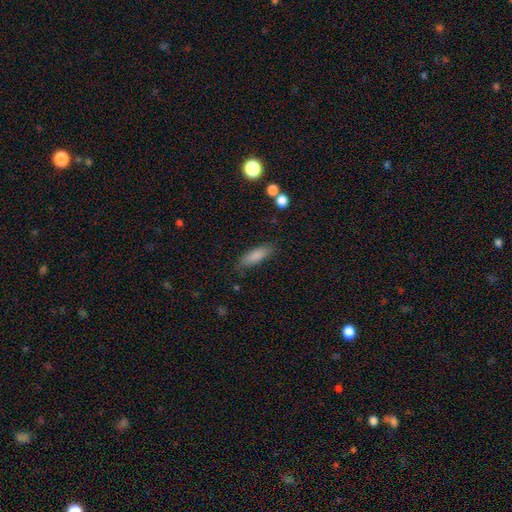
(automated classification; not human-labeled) A smooth galaxy with no disk features (84%) that is in between round and cigar-shaped (49%, tied with cigar-shaped). Merging: none (81%).